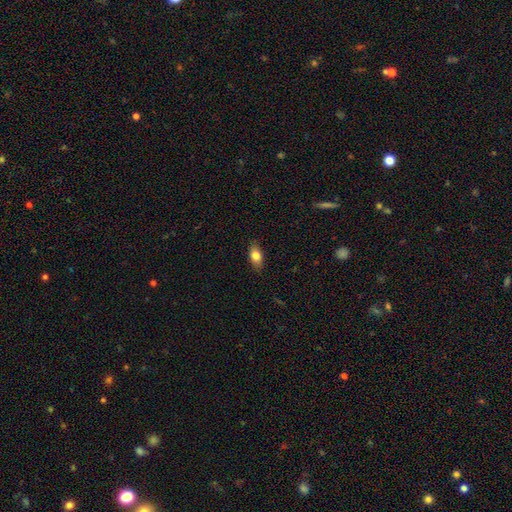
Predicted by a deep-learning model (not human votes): Smooth or featured?
  - smooth: 80% *
  - featured or disk: 13%
  - star or artifact: 8%
How rounded?
  - in between: 86% *
  - cigar-shaped: 8%
  - round: 7%
Merging?
  - none: 85% *
  - minor disturbance: 12%
  - major disturbance: 2%
  - merger: 1%